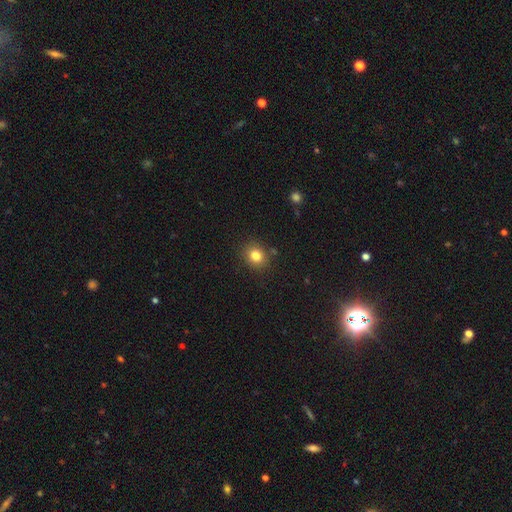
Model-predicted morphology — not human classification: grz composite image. It shows a smooth galaxy with no disk features (81%) that is round (73%). Merging: none (85%).